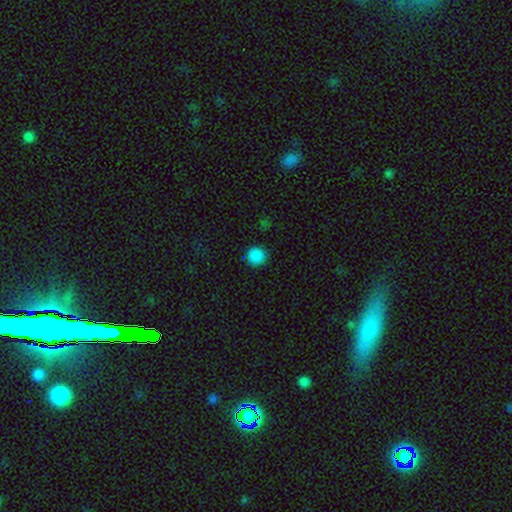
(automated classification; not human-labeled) Morphology: type=smooth (87%); roundness=round (94%); merging=none (91%).